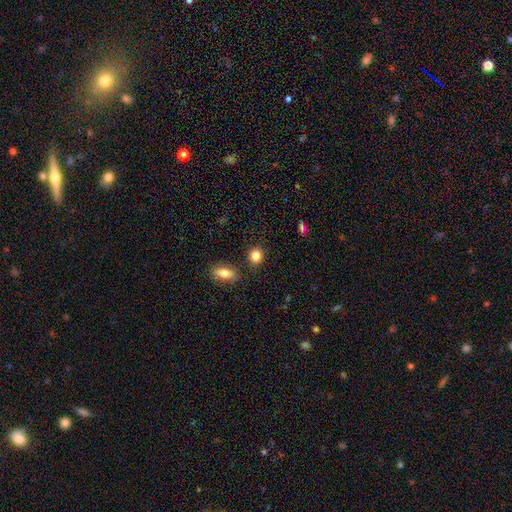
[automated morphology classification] smooth_or_featured: smooth (p=0.85) [alt: star or artifact p=0.09]
how_rounded: round (p=0.74) [alt: in between p=0.24]
merging: none (p=0.85) [alt: minor disturbance p=0.08]